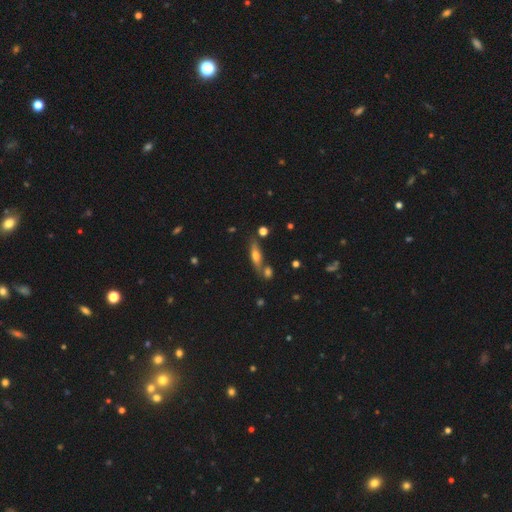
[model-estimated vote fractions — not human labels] A smooth galaxy with no disk features (48%).

Vote fractions:
- Smooth or featured? smooth: 48% / featured or disk: 43% / star or artifact: 9%
- Merging? none: 69% / merger: 14% / minor disturbance: 13% / major disturbance: 4%